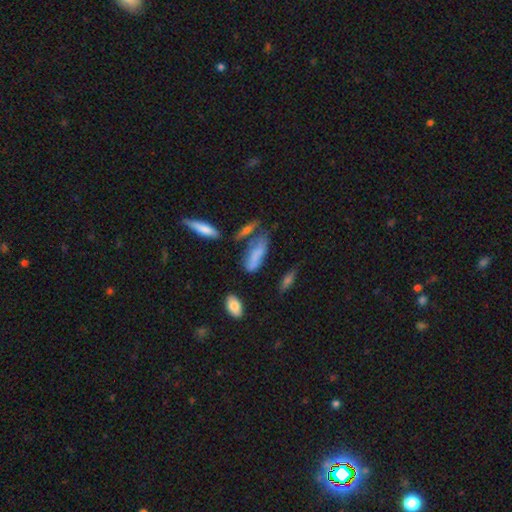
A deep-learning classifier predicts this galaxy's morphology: A smooth galaxy with no disk features (64%) that is in between round and cigar-shaped (60%).

Vote fractions:
- Smooth or featured? smooth: 64% / featured or disk: 25% / star or artifact: 11%
- How rounded? in between: 60% / cigar-shaped: 37% / round: 3%
- Merging? none: 41% / minor disturbance: 26% / major disturbance: 18% / merger: 15%